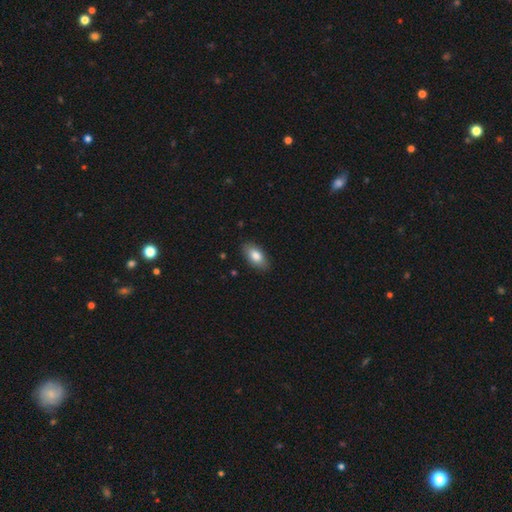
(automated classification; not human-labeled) smooth_or_featured: smooth (p=0.83) [alt: featured or disk p=0.10]
how_rounded: in between (p=0.92) [alt: cigar-shaped p=0.04]
merging: none (p=0.87) [alt: minor disturbance p=0.10]